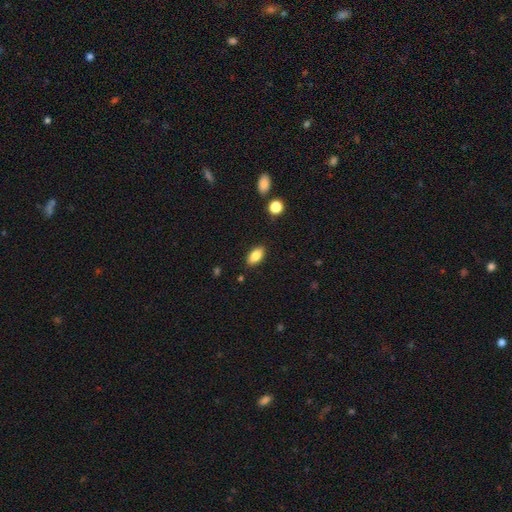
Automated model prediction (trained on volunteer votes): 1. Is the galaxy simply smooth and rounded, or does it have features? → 84% smooth, 8% featured or disk, 8% star or artifact.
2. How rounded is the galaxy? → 91% in between, 5% round, 4% cigar-shaped.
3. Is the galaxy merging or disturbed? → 87% none, 9% minor disturbance, 2% major disturbance, 1% merger.